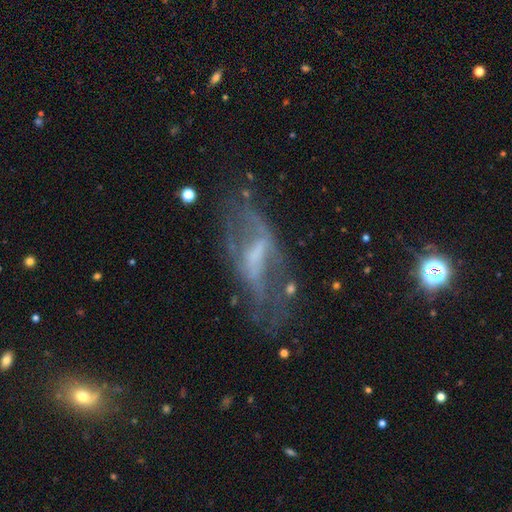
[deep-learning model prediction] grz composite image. It shows a featured or disk galaxy (68%) with a weak bar (39%), no spiral arms (53%) and no central bulge (35%). Merging: none (47%).